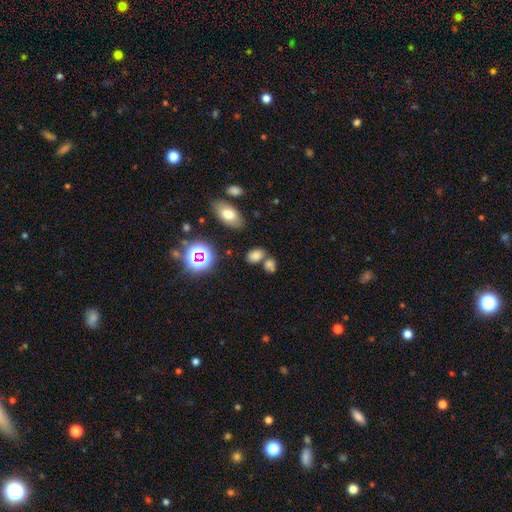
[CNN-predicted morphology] smooth 74%, star or artifact 19%, featured or disk 8%. Down the decision tree: how rounded — in between (80%); merging — none (57%).